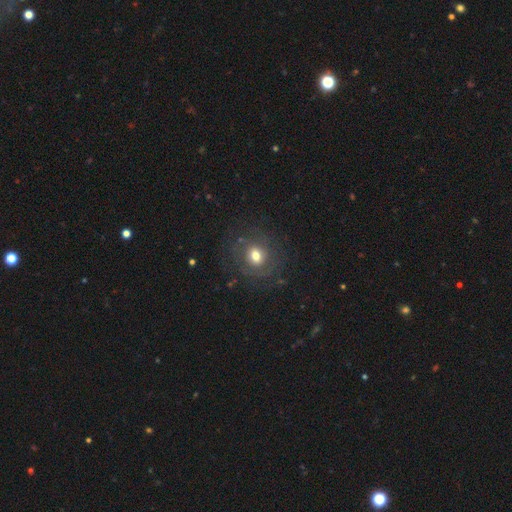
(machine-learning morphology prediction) smooth-or-featured: smooth: 60% | featured or disk: 26% | star or artifact: 14%
  how-rounded: round: 73% | in between: 26% | cigar-shaped: 1%
  merging: none: 77% | minor disturbance: 14% | major disturbance: 8% | merger: 1%